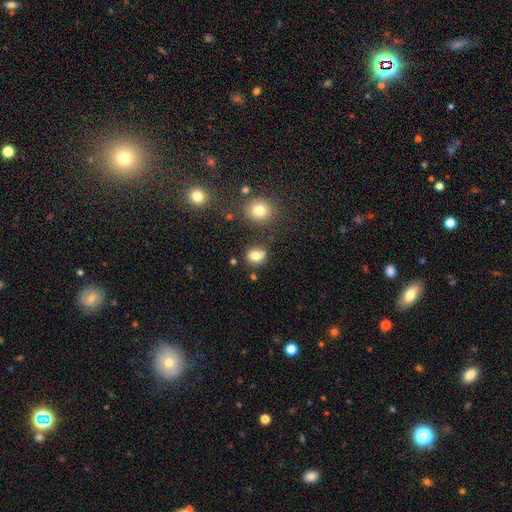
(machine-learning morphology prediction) smooth 79%, star or artifact 13%, featured or disk 9%. Down the decision tree: how rounded — round (68%); merging — none (68%).